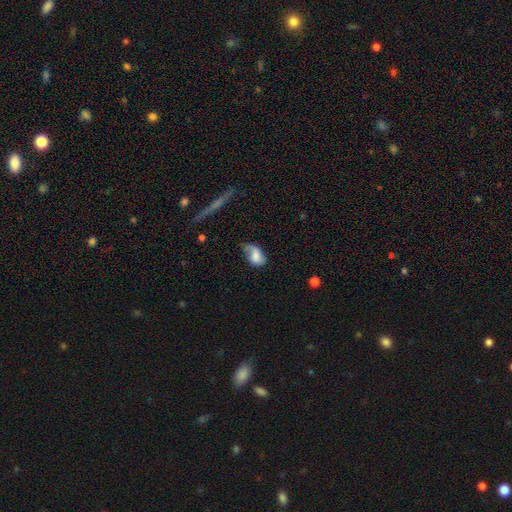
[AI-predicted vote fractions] smooth_or_featured: smooth (p=0.67) [alt: featured or disk p=0.25]
how_rounded: in between (p=0.87) [alt: round p=0.10]
merging: minor disturbance (p=0.37) [alt: none p=0.36]